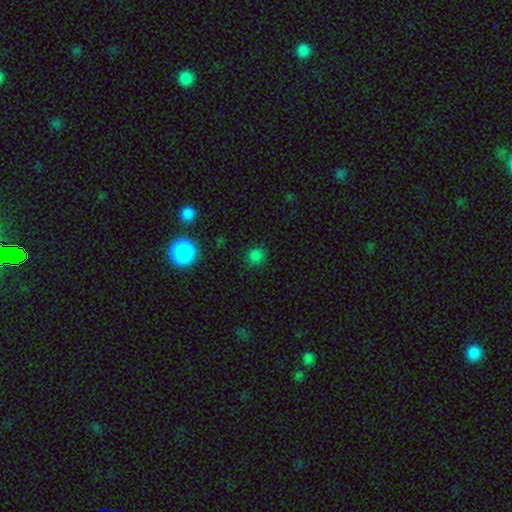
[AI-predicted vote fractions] Overall: smooth (80%). How rounded: round (90%). Merging: none (87%).